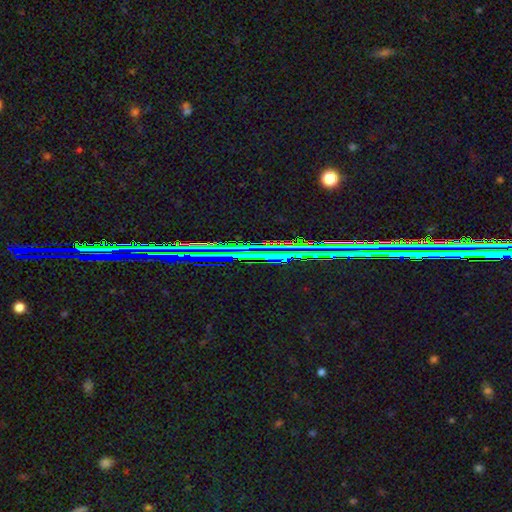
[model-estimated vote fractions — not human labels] Overall: star or artifact (84%).